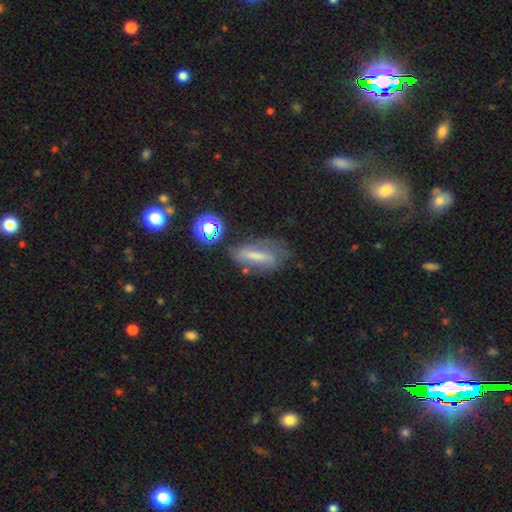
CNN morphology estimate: The model was most divided on "smooth or featured": smooth: 44%, featured or disk: 39%, star or artifact: 17%. More confident: merging — none (57%).